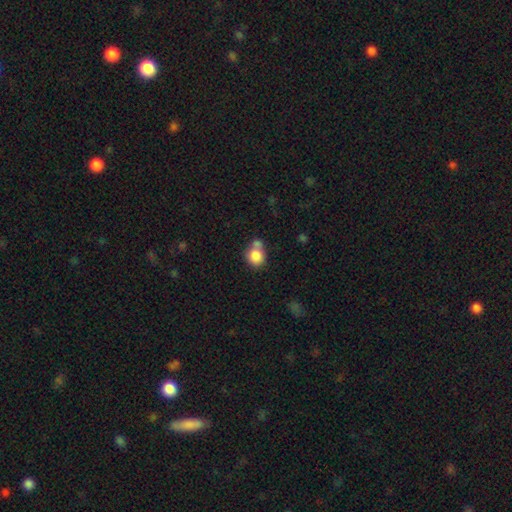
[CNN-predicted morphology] Overall: smooth (83%). How rounded: round (77%). Merging: none (46%; merger 36%).